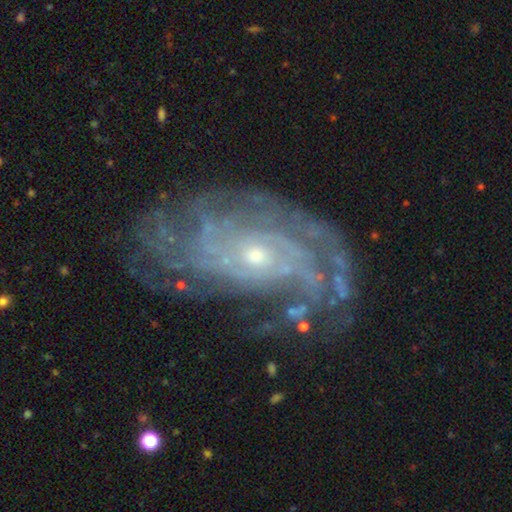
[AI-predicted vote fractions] Morphology: type=featured or disk (87%); edge-on=no (95%); bar=no (75%); spiral arms=yes (96%); winding=tight (74%); arm count=can't tell (35%); bulge=small (75%); merging=none (74%).